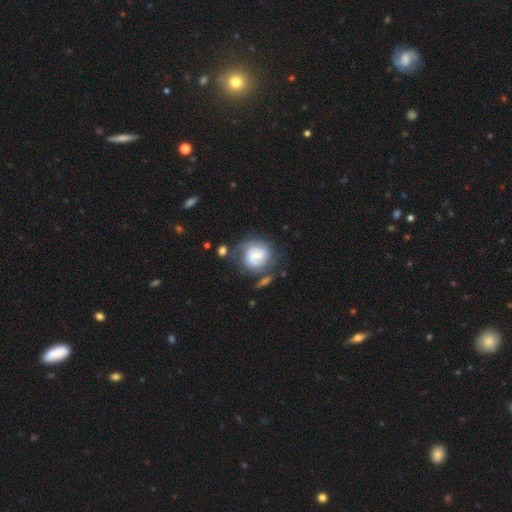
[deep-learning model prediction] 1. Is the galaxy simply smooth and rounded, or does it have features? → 66% featured or disk, 27% smooth, 7% star or artifact.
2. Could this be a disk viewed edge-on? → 98% no, 2% yes.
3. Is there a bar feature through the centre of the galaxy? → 49% weak, 38% no, 13% strong.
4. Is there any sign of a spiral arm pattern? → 88% yes, 12% no.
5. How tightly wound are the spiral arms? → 55% tight, 33% medium, 12% loose.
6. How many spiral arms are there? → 57% 2, 26% can't tell, 8% 3, 5% 1, 2% 4, 2% more than 4.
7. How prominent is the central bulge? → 50% small, 34% moderate, 7% none, 7% large, 2% dominant.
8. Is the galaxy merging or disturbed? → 62% none, 19% minor disturbance, 12% major disturbance, 8% merger.